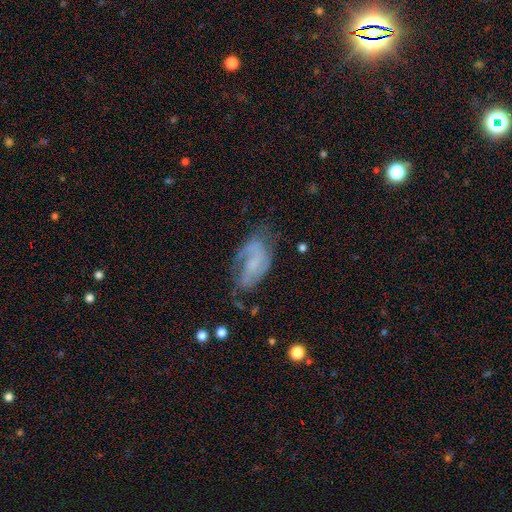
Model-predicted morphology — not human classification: Smooth or featured?
  - featured or disk: 65% *
  - smooth: 21%
  - star or artifact: 13%
Edge-on disk?
  - no: 94% *
  - yes: 6%
Bar?
  - no: 47% *
  - weak: 40%
  - strong: 14%
Spiral arms?
  - yes: 86% *
  - no: 14%
Spiral winding?
  - medium: 42% *
  - tight: 30%
  - loose: 27%
Spiral arm count?
  - 2: 60% *
  - 1: 17%
  - can't tell: 17%
  - 3: 3%
  - 4: 2%
  - more than 4: 2%
Bulge size?
  - small: 50% *
  - none: 31%
  - moderate: 16%
  - large: 2%
  - dominant: 1%
Merging?
  - none: 57% *
  - minor disturbance: 24%
  - major disturbance: 16%
  - merger: 3%